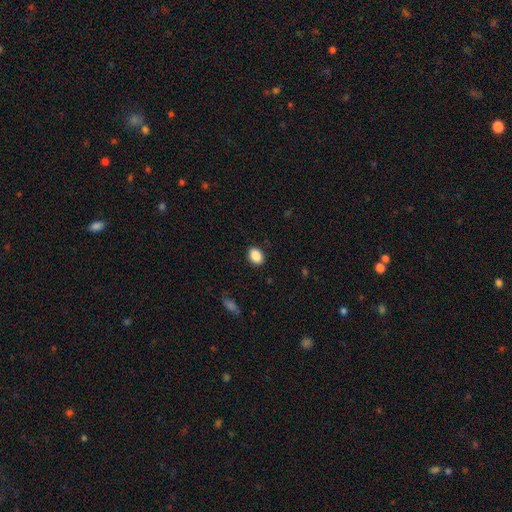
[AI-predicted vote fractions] Overall: smooth (88%). How rounded: in between (69%; round 29%). Merging: none (88%).